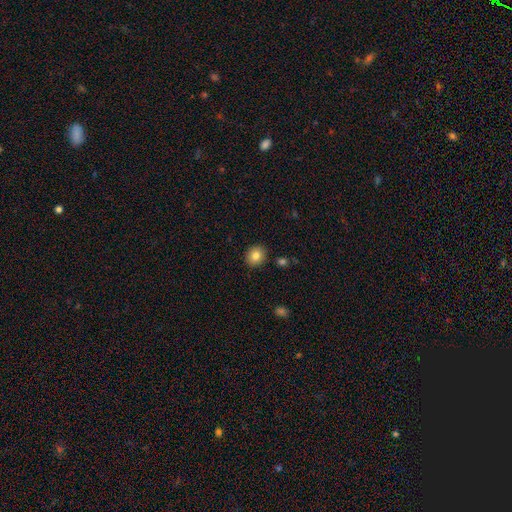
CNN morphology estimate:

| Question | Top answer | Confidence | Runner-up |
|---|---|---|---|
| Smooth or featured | smooth | 82% | star or artifact (10%) |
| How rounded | round | 74% | in between (25%) |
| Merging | none | 89% | minor disturbance (7%) |